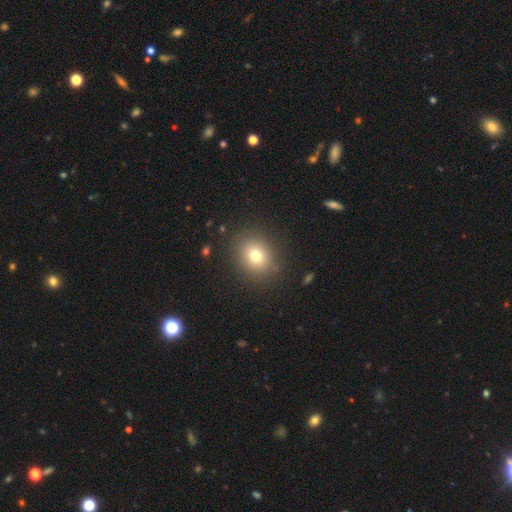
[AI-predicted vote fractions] This is likely a smooth galaxy (76%). How rounded: likely round (73%). Merging: clearly none (87%).